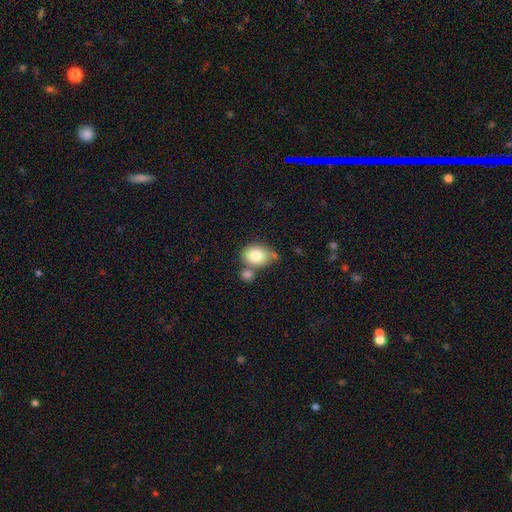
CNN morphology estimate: A smooth galaxy with no disk features (79%) that is in between round and cigar-shaped (58%). Merging: none (50%).